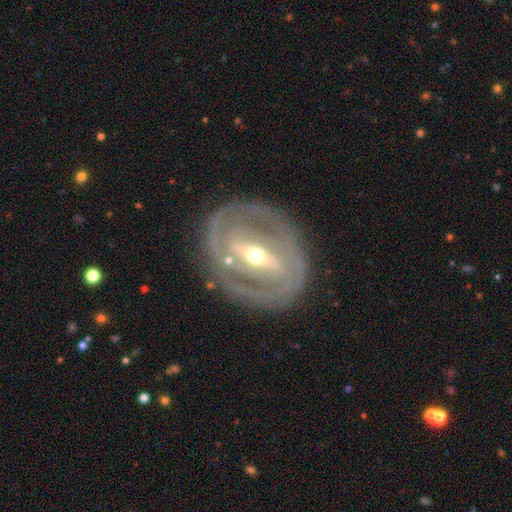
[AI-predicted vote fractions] The model was most divided on "bulge size": moderate: 51%, small: 45%, large: 3%, dominant: 1%, none: 1%. More confident: edge-on disk — no (93%); smooth or featured — featured or disk (85%); merging — none (80%); spiral arms — yes (77%); spiral winding — tight (68%); bar — strong (62%); spiral arm count — 2 (61%).